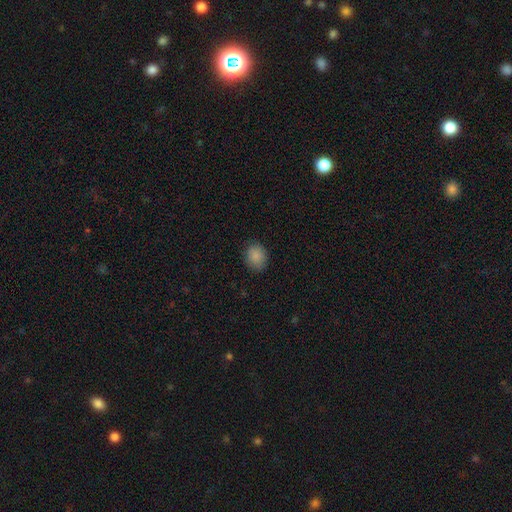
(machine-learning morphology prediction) Smooth or featured?
  - smooth: 87% *
  - star or artifact: 9%
  - featured or disk: 4%
How rounded?
  - round: 60% *
  - in between: 39%
  - cigar-shaped: 1%
Merging?
  - none: 85% *
  - minor disturbance: 11%
  - major disturbance: 3%
  - merger: 1%